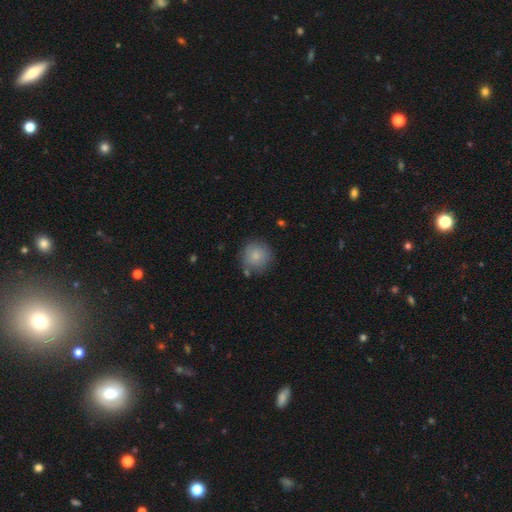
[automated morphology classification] type=smooth (83%); roundness=round (93%); merging=none (78%).